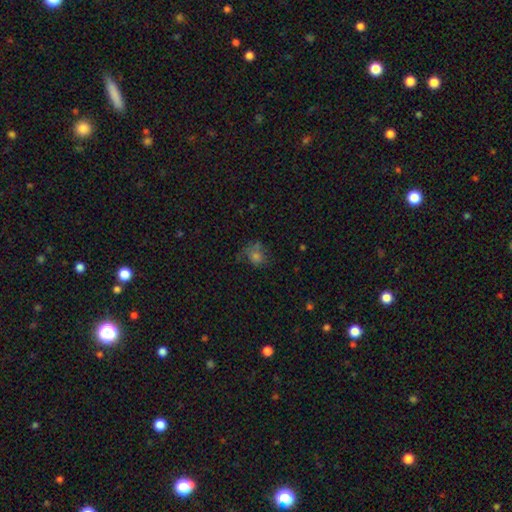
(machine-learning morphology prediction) smooth-or-featured: smooth: 57% | star or artifact: 24% | featured or disk: 18%
  how-rounded: round: 64% | in between: 34% | cigar-shaped: 1%
  merging: none: 50% | minor disturbance: 24% | major disturbance: 20% | merger: 6%